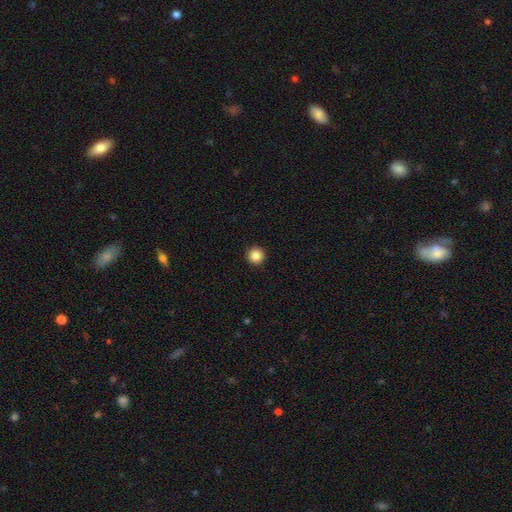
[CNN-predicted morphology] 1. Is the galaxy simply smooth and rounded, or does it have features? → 87% smooth, 10% star or artifact, 3% featured or disk.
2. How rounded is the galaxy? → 96% round, 3% in between, 1% cigar-shaped.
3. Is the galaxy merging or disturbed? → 94% none, 4% minor disturbance, 1% major disturbance, 1% merger.